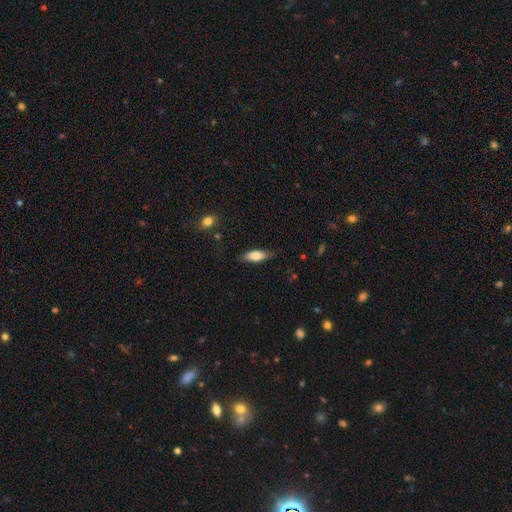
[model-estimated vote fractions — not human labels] This appears to be a smooth galaxy with no disk features (75%) that is in between round and cigar-shaped (69%). Merging: none (77%).